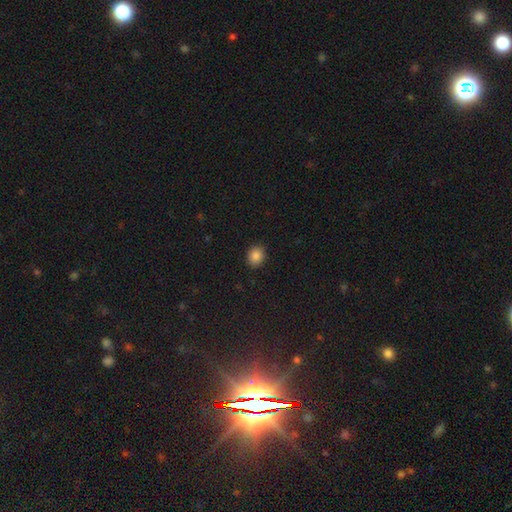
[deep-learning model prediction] Smooth or featured? Predicted: smooth (p=0.86). How rounded? Predicted: round (p=0.67). Merging? Predicted: none (p=0.89).